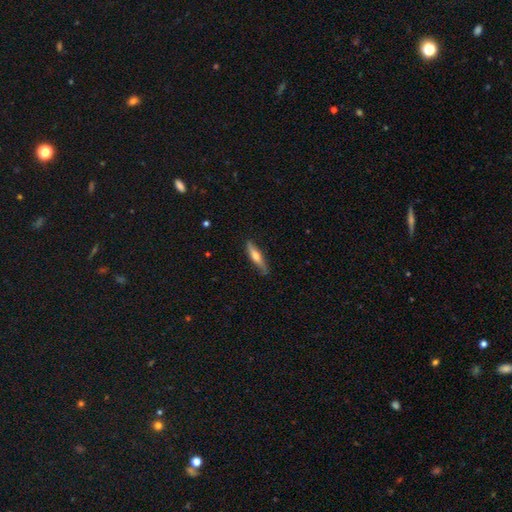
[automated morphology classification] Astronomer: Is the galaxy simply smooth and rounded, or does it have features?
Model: smooth — 47%, tied with featured or disk at 47%.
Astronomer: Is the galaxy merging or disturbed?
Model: none — 80%.